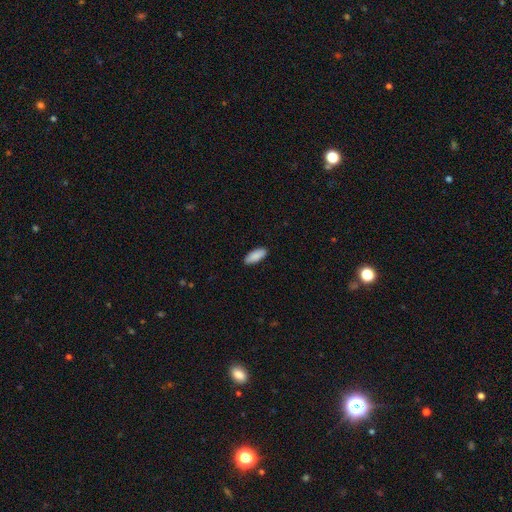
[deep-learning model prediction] Smooth or featured? smooth (90%)
How rounded? in between (82%)
Merging? none (89%)